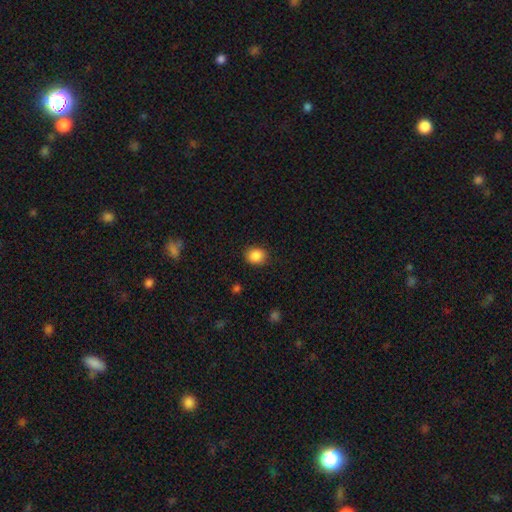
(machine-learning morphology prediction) Smooth or featured?
  - smooth: 87% *
  - star or artifact: 9%
  - featured or disk: 3%
How rounded?
  - round: 69% *
  - in between: 30%
  - cigar-shaped: 1%
Merging?
  - none: 88% *
  - minor disturbance: 8%
  - major disturbance: 3%
  - merger: 1%